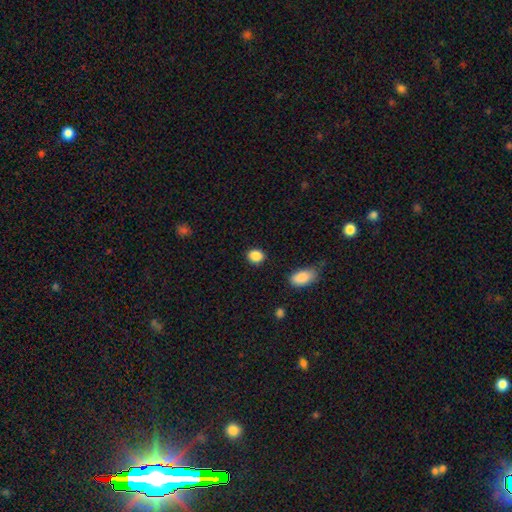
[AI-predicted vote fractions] A smooth galaxy with no disk features (88%) that is round (60%). Merging: none (87%).